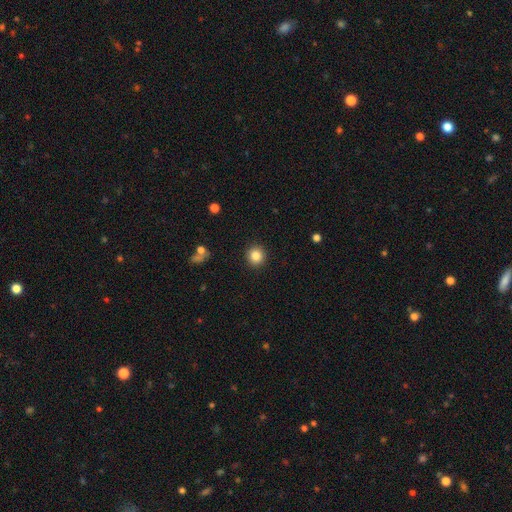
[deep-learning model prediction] Smooth or featured?
  - smooth: 85% *
  - star or artifact: 10%
  - featured or disk: 5%
How rounded?
  - round: 93% *
  - in between: 6%
  - cigar-shaped: 1%
Merging?
  - none: 92% *
  - minor disturbance: 5%
  - major disturbance: 2%
  - merger: 1%